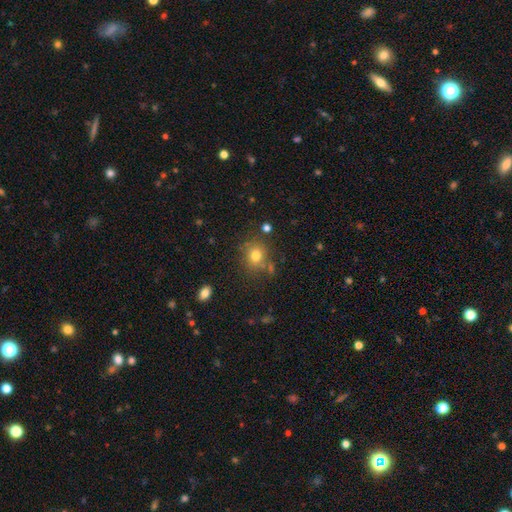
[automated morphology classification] A smooth galaxy with no disk features (77%) that is round (76%).

Vote fractions:
- Smooth or featured? smooth: 77% / star or artifact: 14% / featured or disk: 10%
- How rounded? round: 76% / in between: 23% / cigar-shaped: 1%
- Merging? none: 75% / minor disturbance: 13% / merger: 7% / major disturbance: 5%